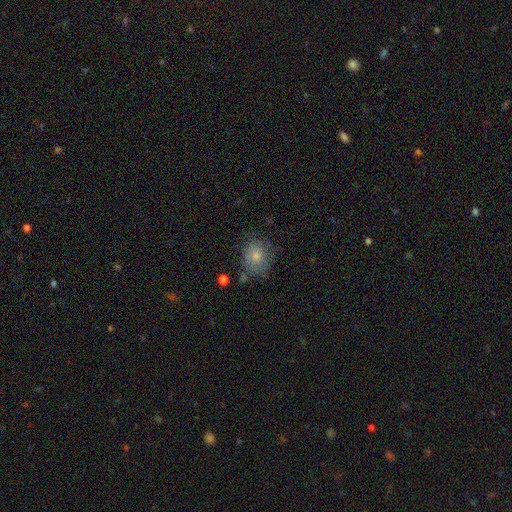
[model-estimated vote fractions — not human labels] This appears to be a smooth galaxy with no disk features (75%) that is round (57%). Merging: none (65%).